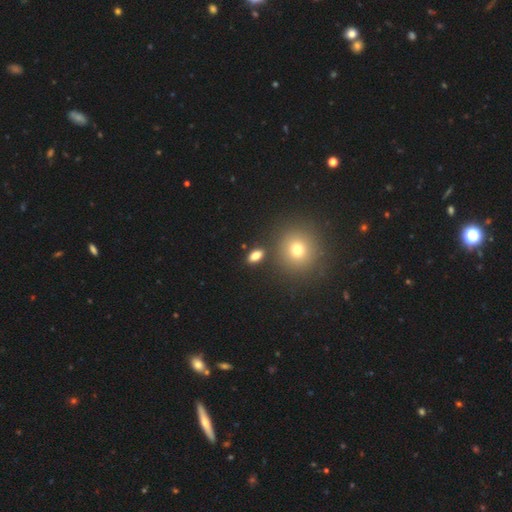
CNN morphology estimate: Smooth or featured? smooth (79%)
How rounded? in between (81%)
Merging? none (84%)